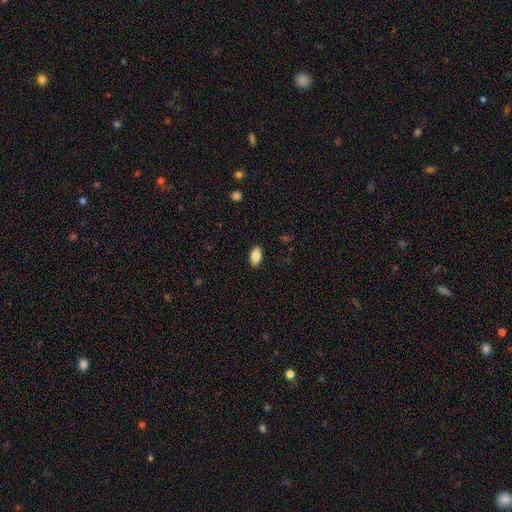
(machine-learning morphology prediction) Smooth or featured? smooth (85%)
How rounded? in between (93%)
Merging? none (89%)